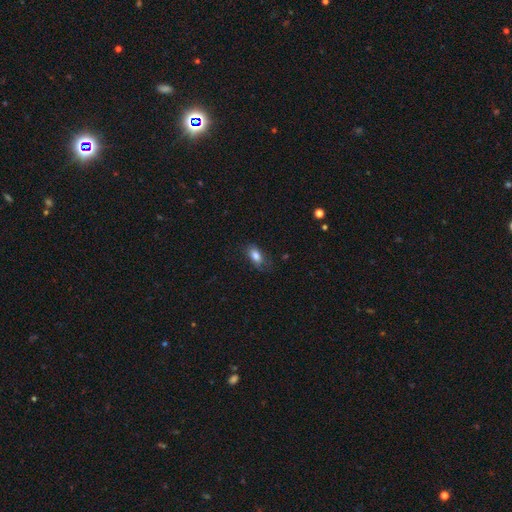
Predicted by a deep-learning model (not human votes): A smooth galaxy with no disk features (80%) that is in between round and cigar-shaped (89%). Merging: none (67%).